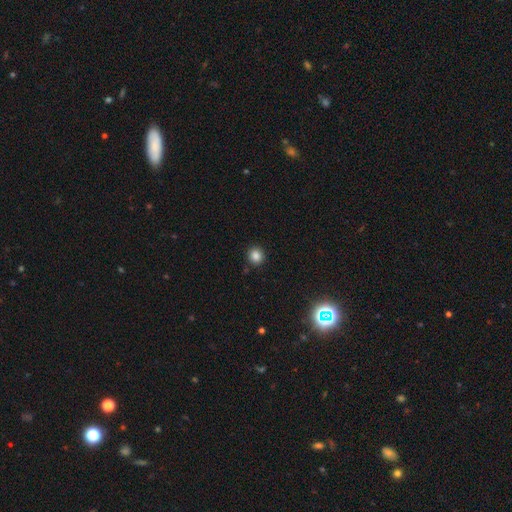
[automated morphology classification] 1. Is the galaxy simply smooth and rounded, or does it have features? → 84% smooth, 12% star or artifact, 4% featured or disk.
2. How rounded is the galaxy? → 91% round, 8% in between, 1% cigar-shaped.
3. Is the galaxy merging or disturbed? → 90% none, 6% minor disturbance, 2% merger, 2% major disturbance.